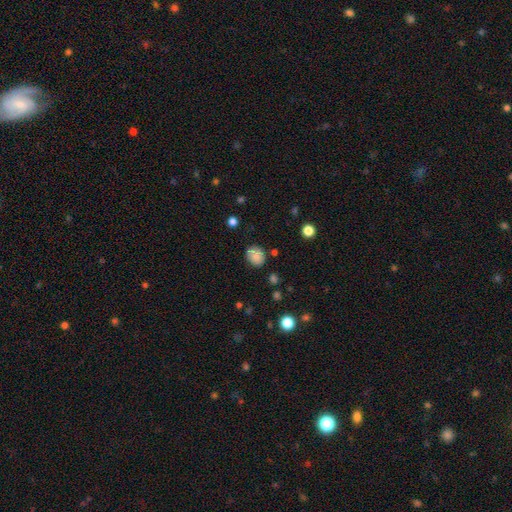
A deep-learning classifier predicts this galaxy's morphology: type=smooth (81%); roundness=round (62%); merging=none (73%).